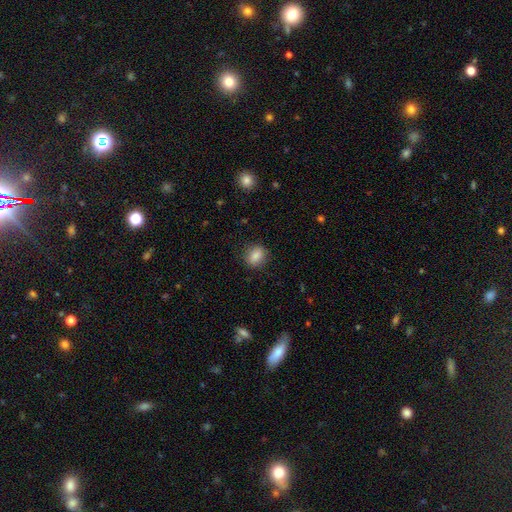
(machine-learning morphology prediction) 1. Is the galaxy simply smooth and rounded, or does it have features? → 86% smooth, 8% star or artifact, 6% featured or disk.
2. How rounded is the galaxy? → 51% in between, 47% round, 2% cigar-shaped.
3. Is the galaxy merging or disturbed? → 86% none, 10% minor disturbance, 3% major disturbance, 1% merger.